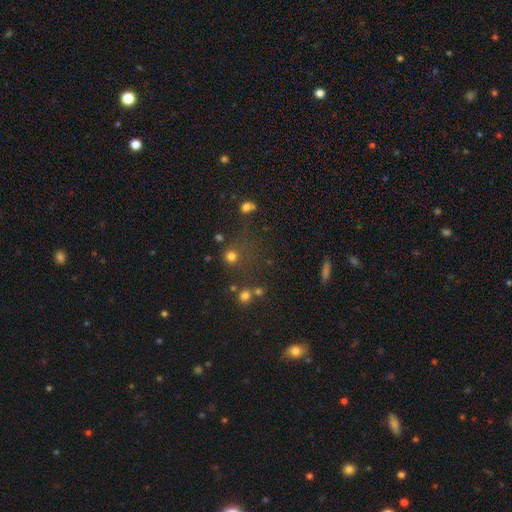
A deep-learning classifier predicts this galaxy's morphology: The model was most divided on "smooth or featured": star or artifact: 48%, smooth: 41%, featured or disk: 11%.